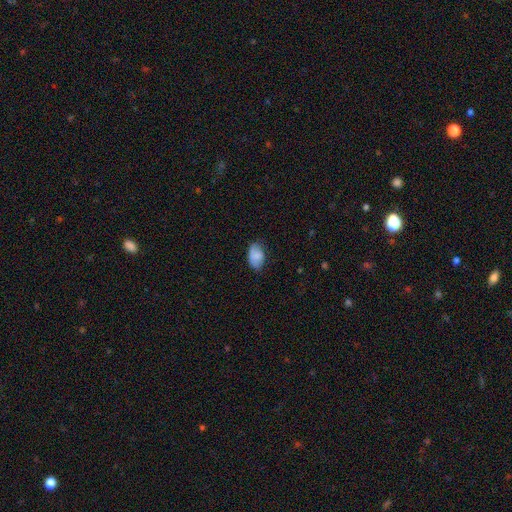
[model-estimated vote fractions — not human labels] Smooth or featured?
  - smooth: 83% *
  - featured or disk: 10%
  - star or artifact: 7%
How rounded?
  - in between: 90% *
  - round: 8%
  - cigar-shaped: 1%
Merging?
  - none: 70% *
  - minor disturbance: 24%
  - major disturbance: 5%
  - merger: 1%